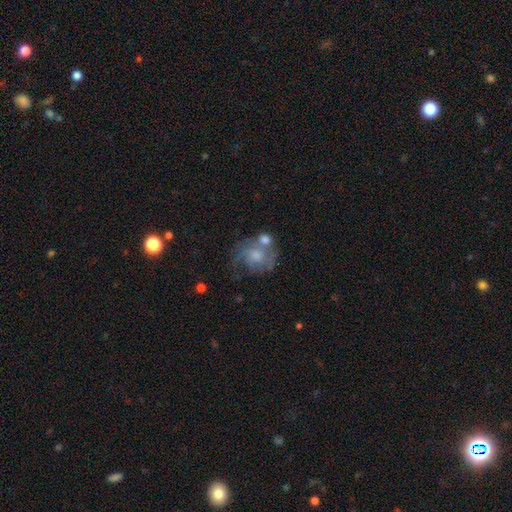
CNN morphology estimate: A featured or disk galaxy (54%) with no bar (76%), spiral arms (74%) and a moderate central bulge (43%).

Vote fractions:
- Smooth or featured? featured or disk: 54% / smooth: 38% / star or artifact: 8%
- Edge-on disk? no: 98% / yes: 2%
- Bar? no: 76% / weak: 21% / strong: 3%
- Spiral arms? yes: 74% / no: 26%
- Bulge size? moderate: 43% / small: 27% / none: 16% / large: 11% / dominant: 2%
- Merging? none: 40% / minor disturbance: 20% / merger: 20% / major disturbance: 19%